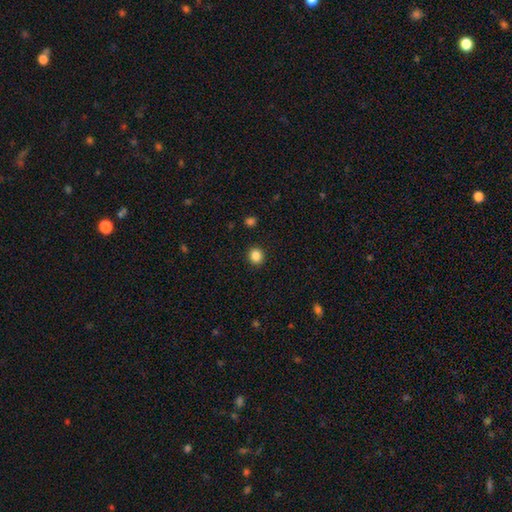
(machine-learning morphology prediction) Q: Smooth or featured?
A: smooth (86%); runner-up: star or artifact (11%)
Q: How rounded?
A: round (84%); runner-up: in between (15%)
Q: Merging?
A: none (92%); runner-up: minor disturbance (5%)